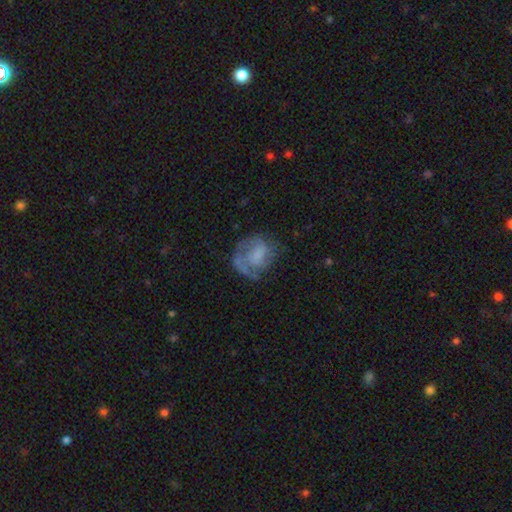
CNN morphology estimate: Smooth or featured? Predicted: featured or disk (p=0.60). Edge-on disk? Predicted: no (p=0.98). Bar? Predicted: no (p=0.59). Spiral arms? Predicted: yes (p=0.76). Bulge size? Predicted: none (p=0.38). Merging? Predicted: none (p=0.50).